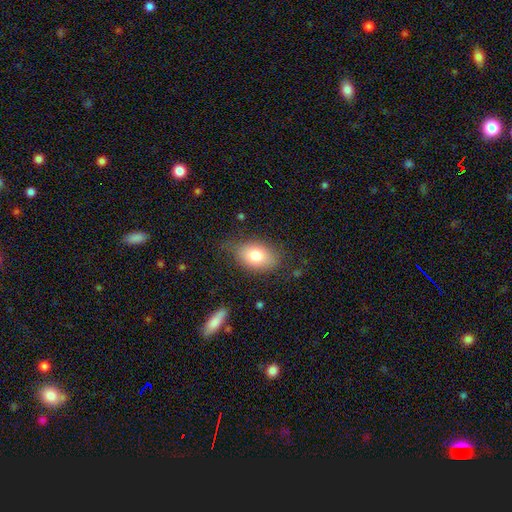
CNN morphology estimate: smooth 78%, featured or disk 14%, star or artifact 8%. Down the decision tree: how rounded — in between (82%); merging — none (72%).